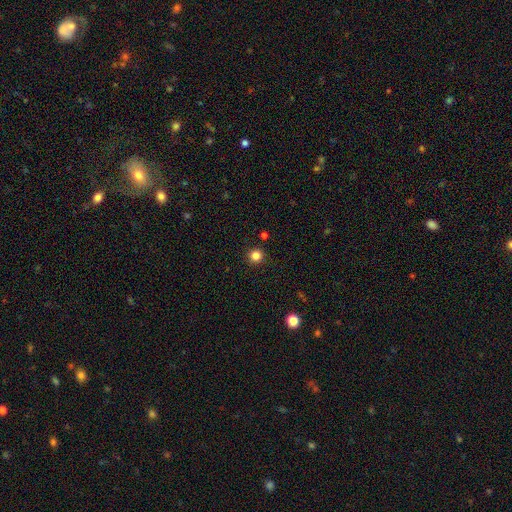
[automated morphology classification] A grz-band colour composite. It shows a smooth galaxy with no disk features (83%) that is round (95%). Merging: none (92%).